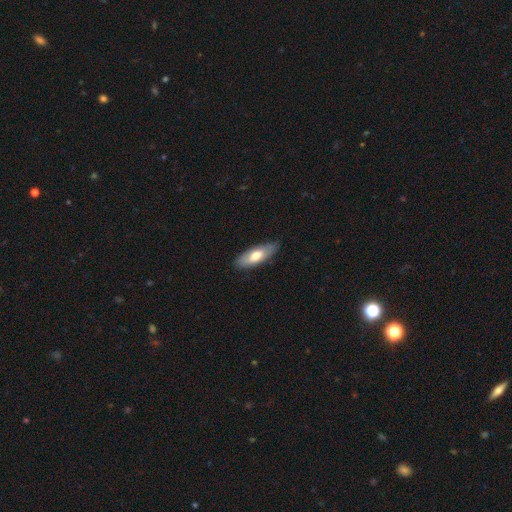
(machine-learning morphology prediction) smooth_or_featured: smooth (p=0.65) [alt: featured or disk p=0.30]
how_rounded: in between (p=0.69) [alt: cigar-shaped p=0.29]
merging: none (p=0.80) [alt: minor disturbance p=0.16]